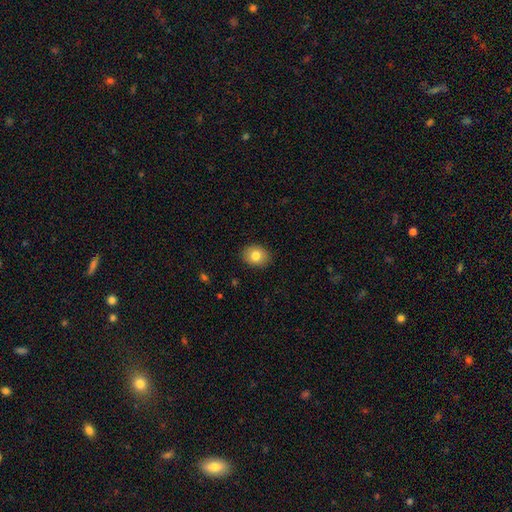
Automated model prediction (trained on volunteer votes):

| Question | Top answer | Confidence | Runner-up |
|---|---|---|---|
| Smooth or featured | smooth | 81% | featured or disk (10%) |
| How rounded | in between | 51% | round (48%) |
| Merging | none | 89% | minor disturbance (8%) |